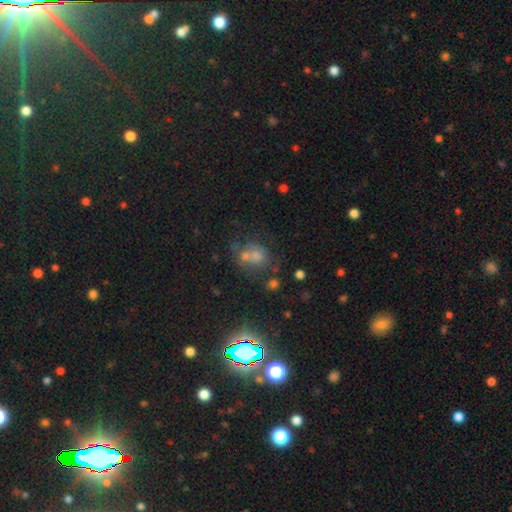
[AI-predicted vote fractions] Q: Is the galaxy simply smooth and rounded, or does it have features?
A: smooth — 46%.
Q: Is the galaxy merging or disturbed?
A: none — 47%.